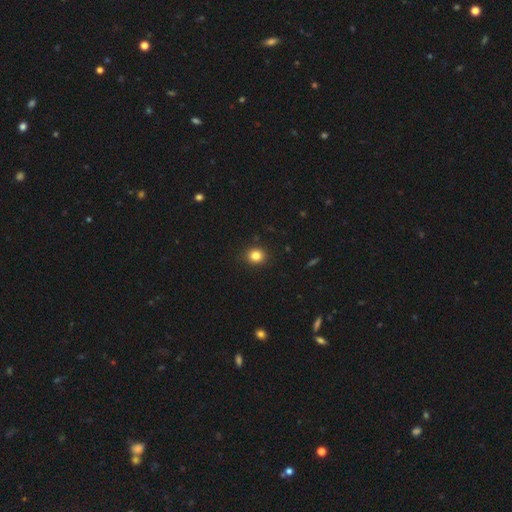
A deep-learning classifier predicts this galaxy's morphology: A smooth galaxy with no disk features (83%) that is round (82%). Merging: none (91%).